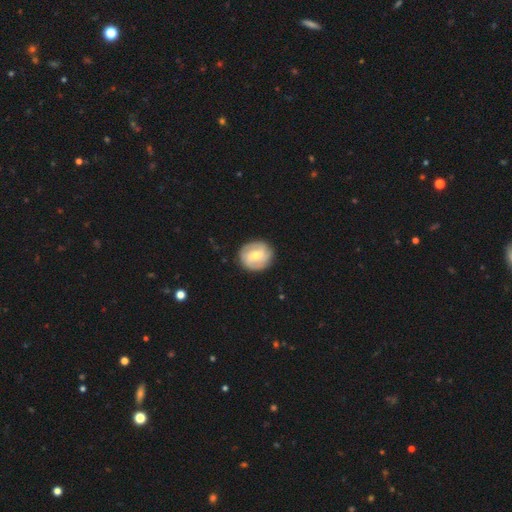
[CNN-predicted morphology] This appears to be a featured or disk galaxy (61%) with a weak bar (47%), spiral arms (82%) and a moderate central bulge (57%). Merging: none (86%).